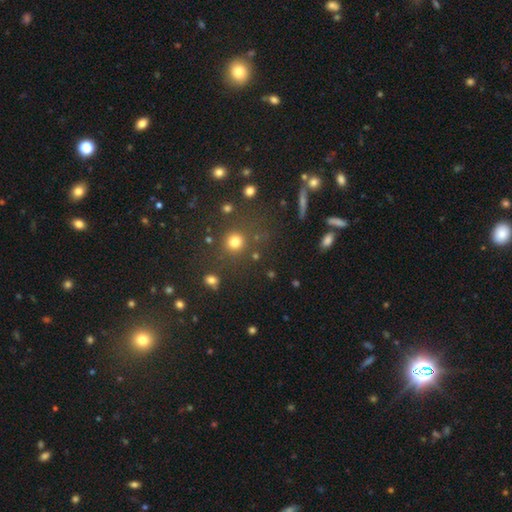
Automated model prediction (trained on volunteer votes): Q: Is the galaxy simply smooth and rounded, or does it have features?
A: smooth — 60%.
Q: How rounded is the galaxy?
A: round — 92%.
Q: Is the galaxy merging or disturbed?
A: none — 82%.